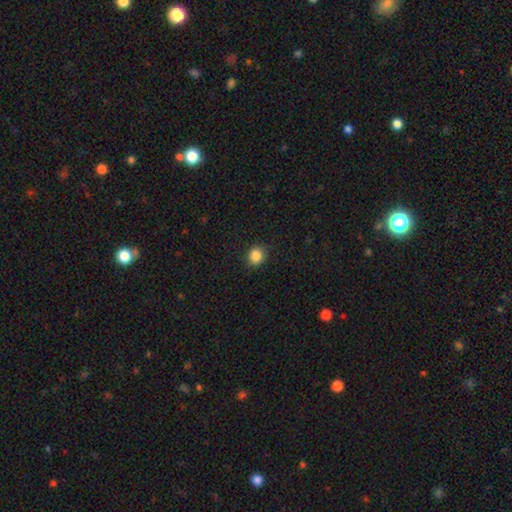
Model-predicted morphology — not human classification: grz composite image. It shows a smooth galaxy with no disk features (86%) that is round (80%). Merging: none (88%).